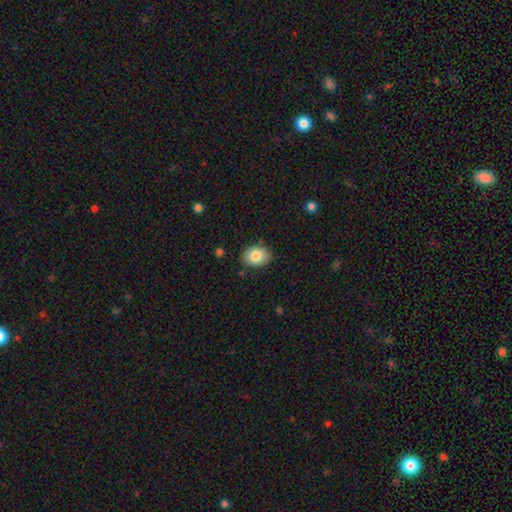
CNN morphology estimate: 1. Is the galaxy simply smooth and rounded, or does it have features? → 82% smooth, 10% featured or disk, 8% star or artifact.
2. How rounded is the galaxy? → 71% in between, 28% round, 1% cigar-shaped.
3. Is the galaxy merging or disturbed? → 83% none, 13% minor disturbance, 2% major disturbance, 2% merger.